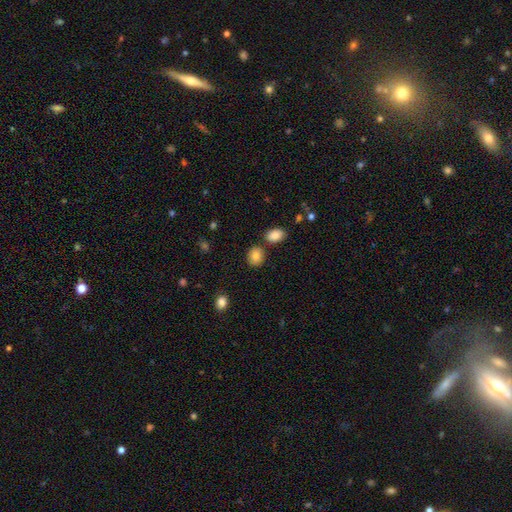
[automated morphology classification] A smooth galaxy with no disk features (83%) that is round (51%). Merging: none (77%).